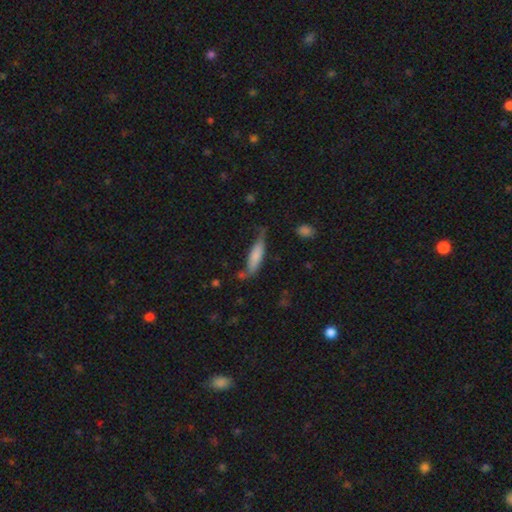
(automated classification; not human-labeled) This appears to be a smooth galaxy with no disk features (72%) that is cigar-shaped (69%). Merging: none (54%).